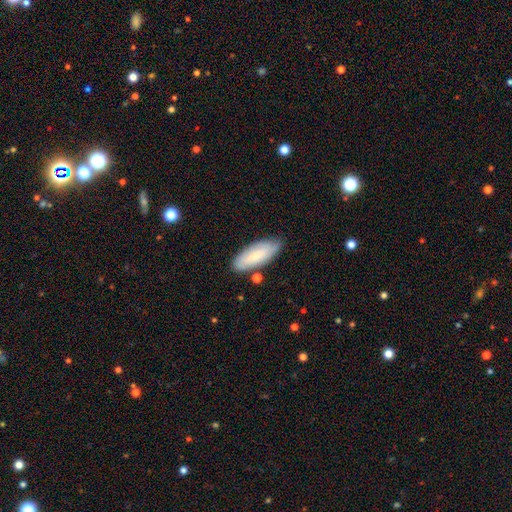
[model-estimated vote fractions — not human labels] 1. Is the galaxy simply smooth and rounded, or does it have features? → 77% smooth, 17% featured or disk, 6% star or artifact.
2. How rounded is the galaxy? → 75% in between, 23% cigar-shaped, 2% round.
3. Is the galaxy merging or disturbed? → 80% none, 15% minor disturbance, 3% merger, 3% major disturbance.